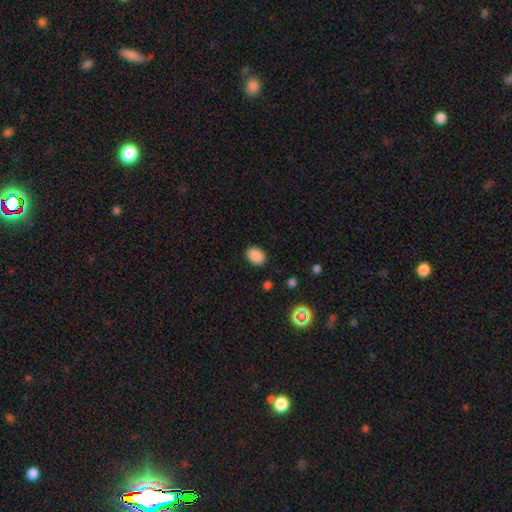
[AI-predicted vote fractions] Smooth or featured? Predicted: smooth (p=0.87). How rounded? Predicted: in between (p=0.78). Merging? Predicted: none (p=0.88).